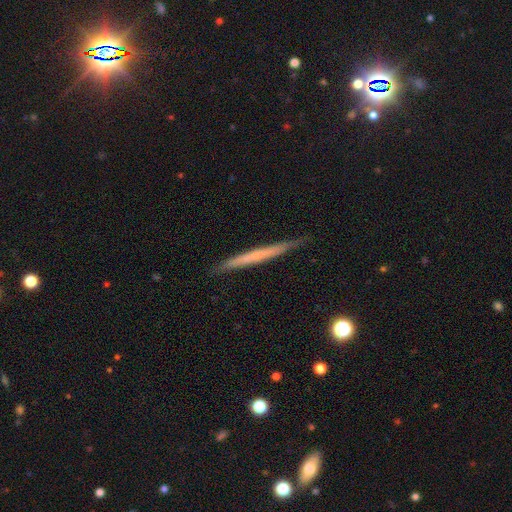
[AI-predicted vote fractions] This is possibly a featured or disk galaxy (50%). Merging: clearly none (89%).